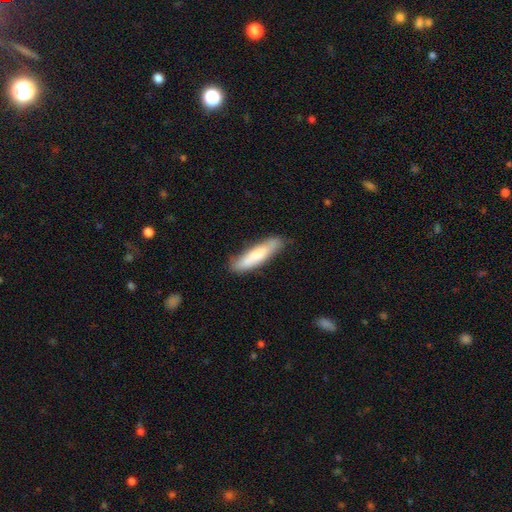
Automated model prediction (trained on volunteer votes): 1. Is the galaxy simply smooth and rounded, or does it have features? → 75% smooth, 20% featured or disk, 5% star or artifact.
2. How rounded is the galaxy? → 78% cigar-shaped, 21% in between, 1% round.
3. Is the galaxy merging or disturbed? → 75% none, 20% minor disturbance, 3% major disturbance, 2% merger.